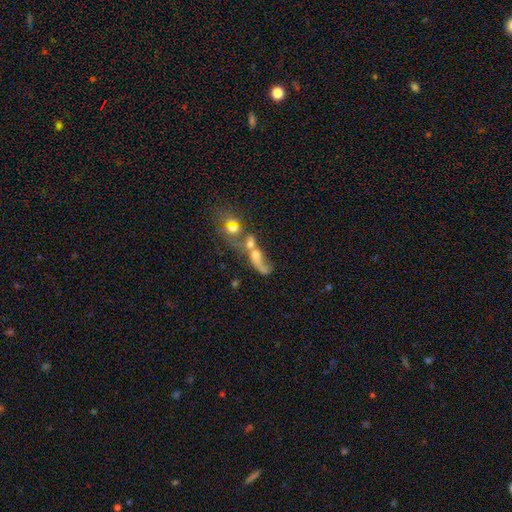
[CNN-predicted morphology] Smooth or featured?
  - featured or disk: 44% *
  - smooth: 39%
  - star or artifact: 17%
Merging?
  - merger: 63% *
  - major disturbance: 17%
  - none: 13%
  - minor disturbance: 7%